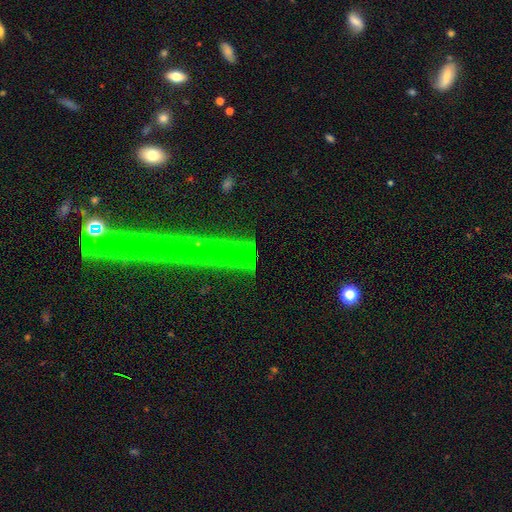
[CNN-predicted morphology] Smooth or featured?
  - featured or disk: 60% *
  - star or artifact: 22%
  - smooth: 18%
Edge-on disk?
  - yes: 95% *
  - no: 5%
Edge-on bulge?
  - none: 81% *
  - rounded: 14%
  - boxy: 5%
Merging?
  - none: 83% *
  - minor disturbance: 9%
  - merger: 4%
  - major disturbance: 3%